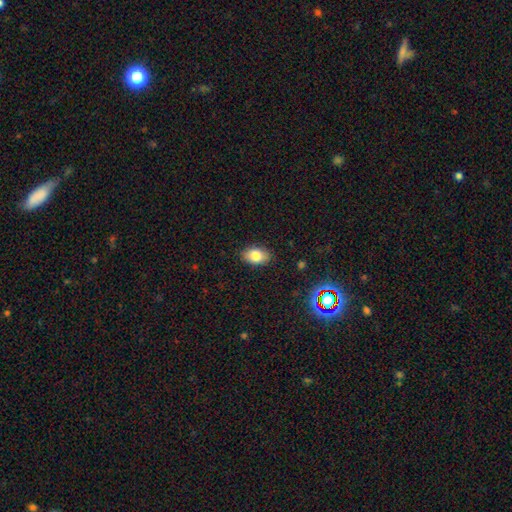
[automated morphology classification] A smooth galaxy with no disk features (81%) that is in between round and cigar-shaped (88%). Merging: none (87%).